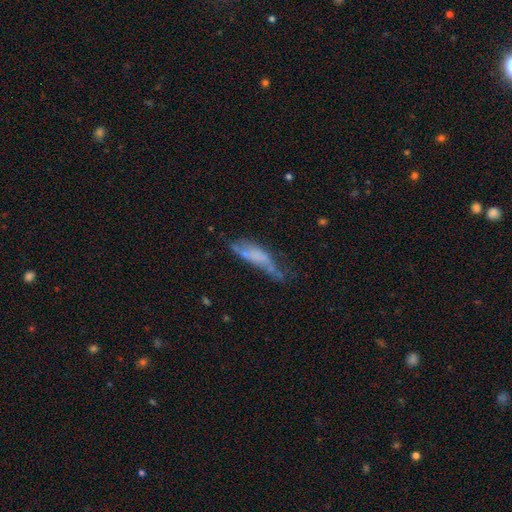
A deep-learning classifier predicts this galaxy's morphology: Smooth or featured? smooth (46%)
Merging? major disturbance (32%)